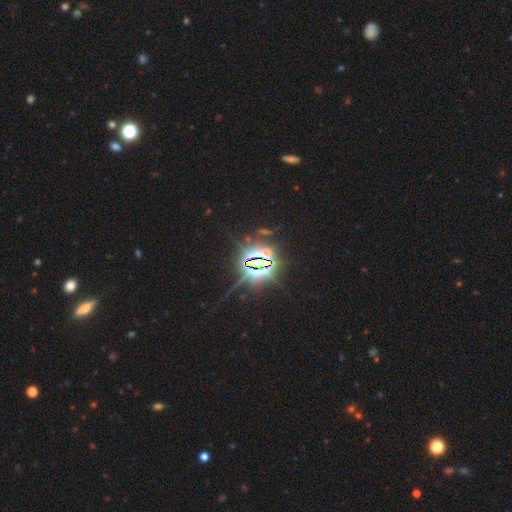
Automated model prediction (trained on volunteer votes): A star or artifact, not a galaxy (86%).